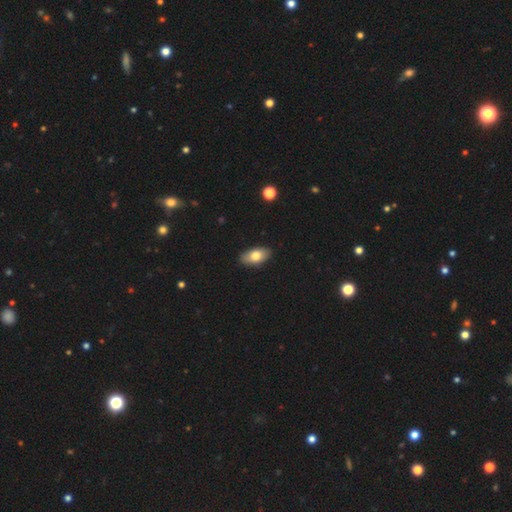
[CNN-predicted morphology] Smooth or featured: smooth — 76% (featured or disk — 18%)
How rounded: in between — 91% (cigar-shaped — 5%)
Merging: none — 88% (minor disturbance — 9%)